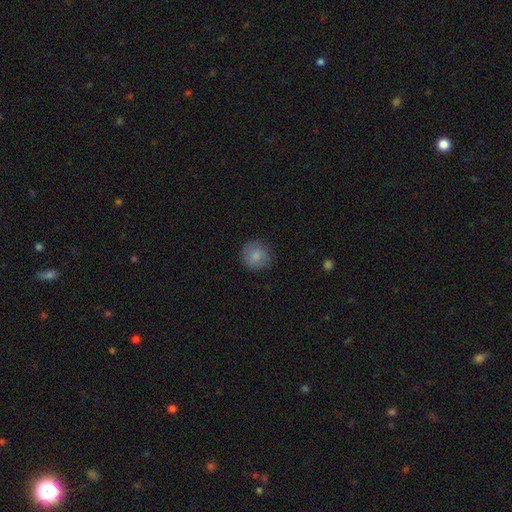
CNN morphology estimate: A smooth galaxy with no disk features (82%) that is round (92%). Merging: none (85%).